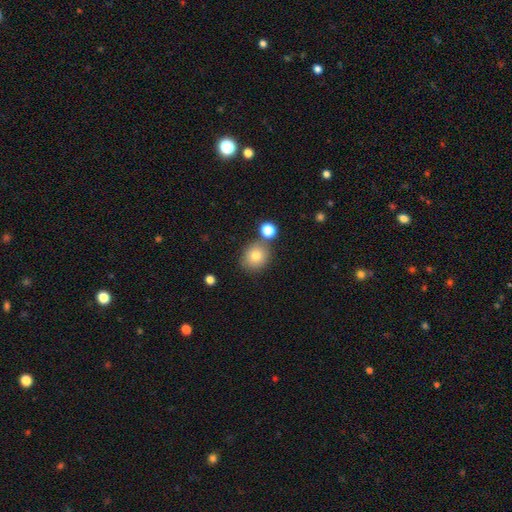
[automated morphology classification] A smooth galaxy with no disk features (80%) that is round (79%).

Vote fractions:
- Smooth or featured? smooth: 80% / star or artifact: 11% / featured or disk: 9%
- How rounded? round: 79% / in between: 20% / cigar-shaped: 1%
- Merging? none: 71% / merger: 15% / minor disturbance: 11% / major disturbance: 3%